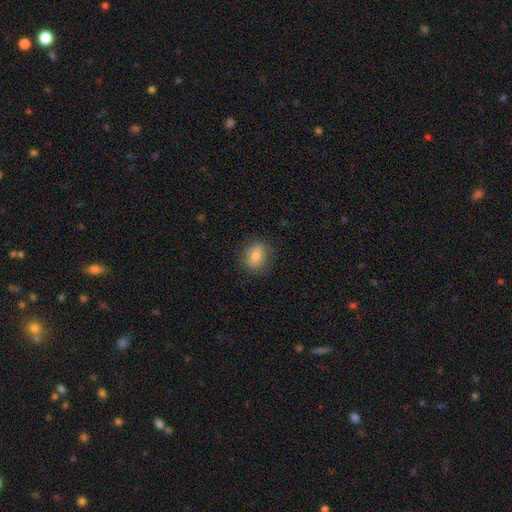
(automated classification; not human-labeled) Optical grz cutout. It shows a smooth galaxy with no disk features (72%) that is round (52%). Merging: none (82%).